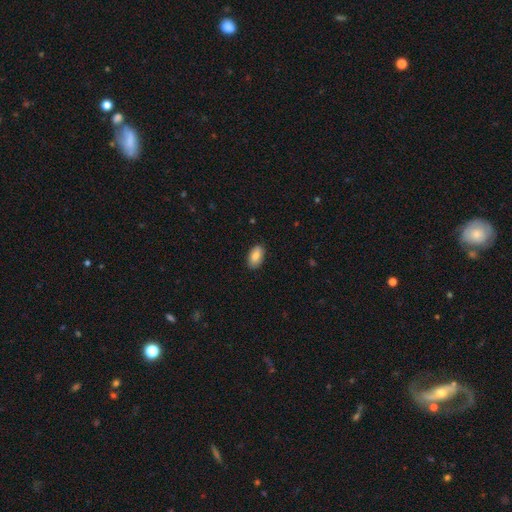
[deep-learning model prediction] A smooth galaxy with no disk features (81%) that is in between round and cigar-shaped (93%). Merging: none (86%).